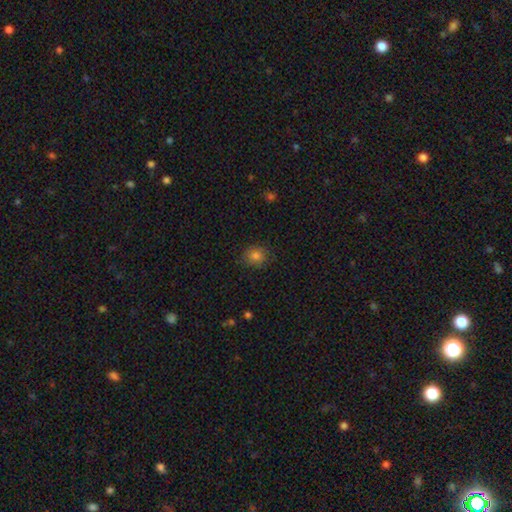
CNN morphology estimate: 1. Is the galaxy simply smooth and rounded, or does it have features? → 82% smooth, 12% star or artifact, 6% featured or disk.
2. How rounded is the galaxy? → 76% round, 23% in between, 1% cigar-shaped.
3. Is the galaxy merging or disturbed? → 83% none, 13% minor disturbance, 3% major disturbance, 1% merger.